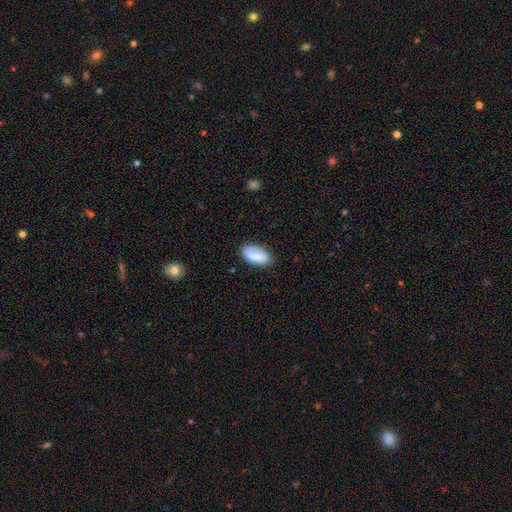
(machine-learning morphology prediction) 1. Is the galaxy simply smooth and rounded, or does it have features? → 84% smooth, 10% featured or disk, 7% star or artifact.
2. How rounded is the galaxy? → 94% in between, 4% cigar-shaped, 2% round.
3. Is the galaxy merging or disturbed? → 77% none, 18% minor disturbance, 3% major disturbance, 2% merger.